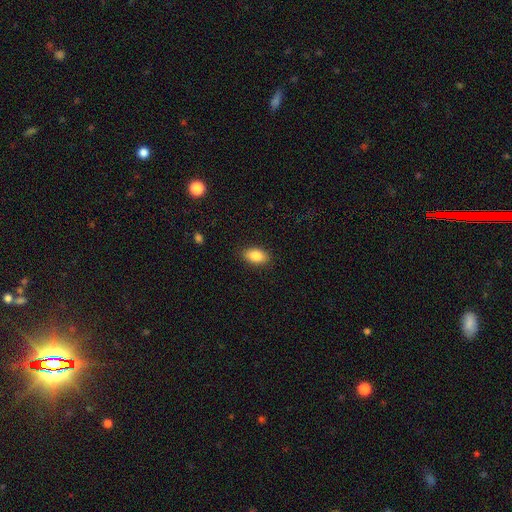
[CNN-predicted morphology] Smooth or featured? Predicted: smooth (p=0.86). How rounded? Predicted: in between (p=0.90). Merging? Predicted: none (p=0.88).